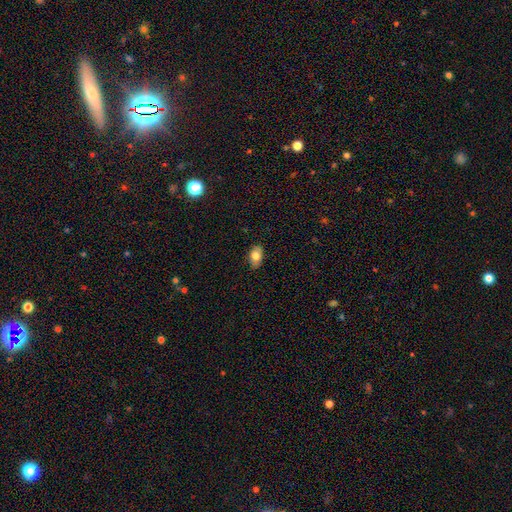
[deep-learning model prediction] A smooth galaxy with no disk features (78%) that is in between round and cigar-shaped (87%). Merging: none (84%).